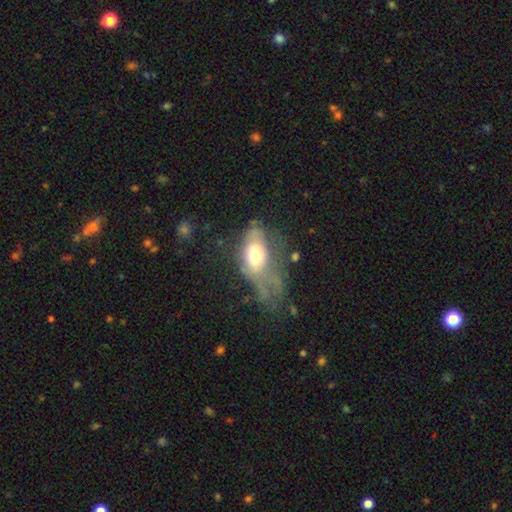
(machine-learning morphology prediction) This appears to be a smooth galaxy with no disk features (56%) that is in between round and cigar-shaped (84%). Merging: major disturbance (54%).